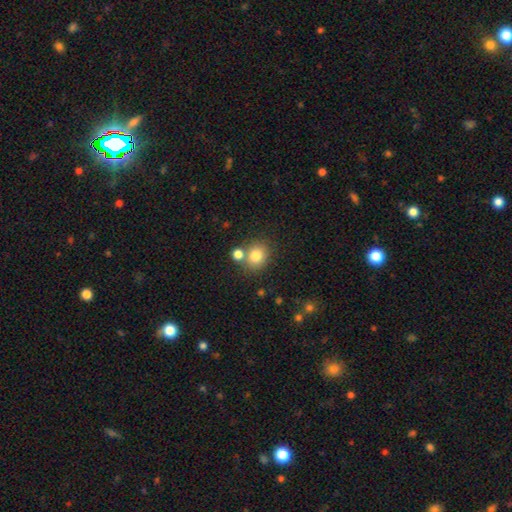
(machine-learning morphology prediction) Q: Smooth or featured?
A: smooth (81%); runner-up: star or artifact (11%)
Q: How rounded?
A: round (73%); runner-up: in between (26%)
Q: Merging?
A: none (66%); runner-up: merger (21%)